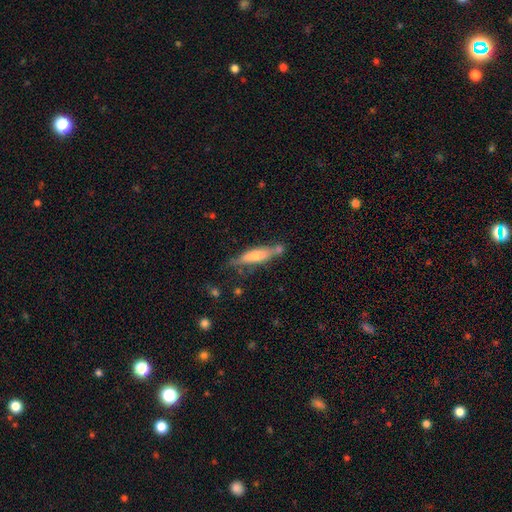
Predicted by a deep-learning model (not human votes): This is likely a smooth galaxy (62%). How rounded: likely cigar-shaped (73%). Merging: possibly none (55%).